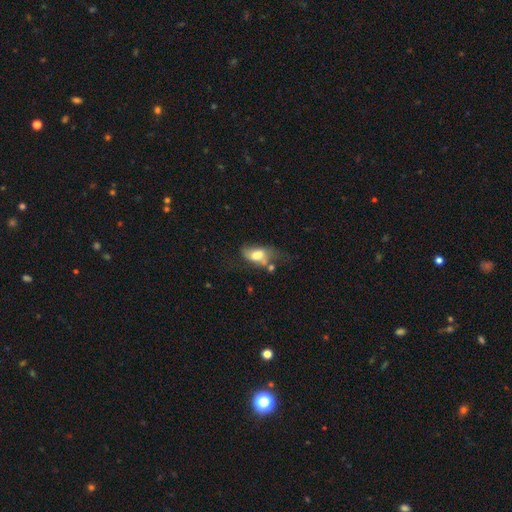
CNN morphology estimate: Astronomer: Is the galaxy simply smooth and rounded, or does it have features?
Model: smooth — 57% (runner-up: featured or disk, 34%).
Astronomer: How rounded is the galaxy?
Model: in between — 86%.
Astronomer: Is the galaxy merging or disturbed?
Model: major disturbance — 32% (runner-up: minor disturbance, 25%).